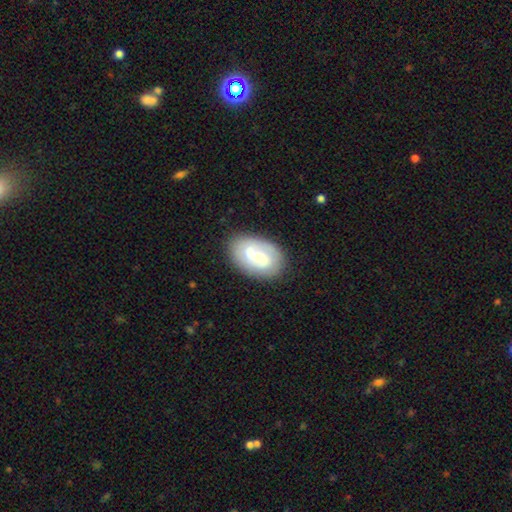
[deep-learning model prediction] smooth-or-featured: featured or disk: 59% | smooth: 35% | star or artifact: 7%
  disk-edge-on: no: 97% | yes: 3%
    bar: weak: 45% | no: 37% | strong: 18%
    has-spiral-arms: yes: 83% | no: 17%
    bulge-size: small: 35% | moderate: 28% | none: 24% | large: 11% | dominant: 3%
  merging: none: 76% | minor disturbance: 16% | major disturbance: 6% | merger: 2%